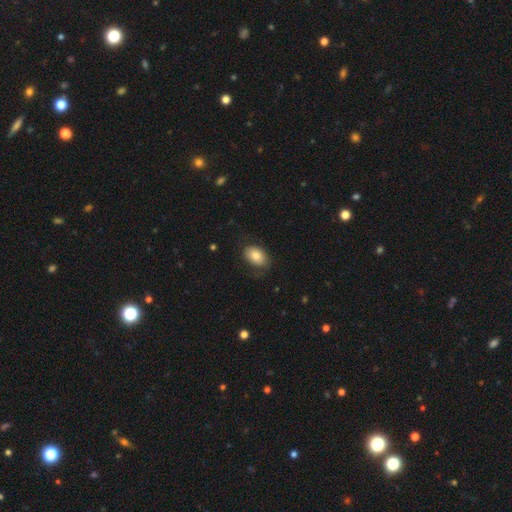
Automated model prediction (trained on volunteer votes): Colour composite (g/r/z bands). It shows a smooth galaxy with no disk features (80%) that is in between round and cigar-shaped (86%). Merging: none (71%).